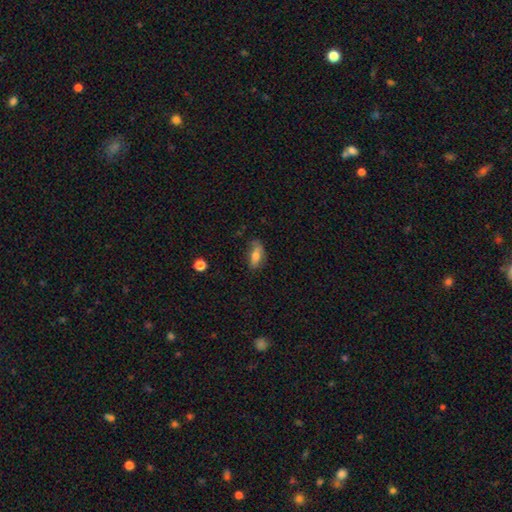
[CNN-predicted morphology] smooth_or_featured: smooth (p=0.70) [alt: featured or disk p=0.22]
how_rounded: in between (p=0.80) [alt: cigar-shaped p=0.16]
merging: none (p=0.62) [alt: minor disturbance p=0.27]